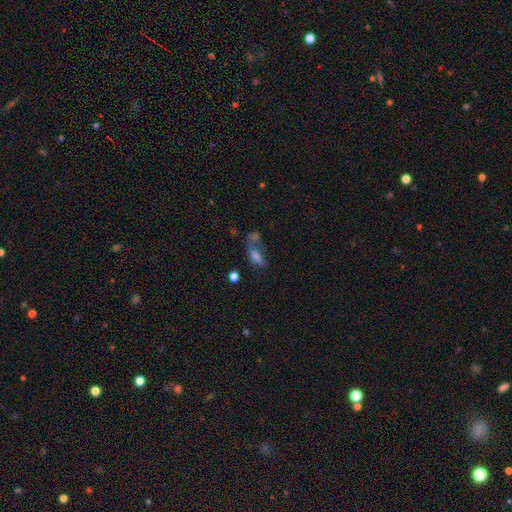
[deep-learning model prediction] This appears to be a smooth galaxy with no disk features (51%) that is in between round and cigar-shaped (74%). Merging: merger (32%).